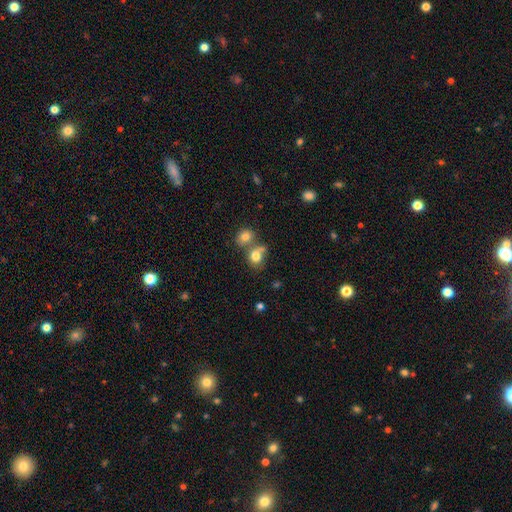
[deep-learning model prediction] Smooth or featured?
  - smooth: 79% *
  - star or artifact: 11%
  - featured or disk: 10%
How rounded?
  - round: 67% *
  - in between: 32%
  - cigar-shaped: 1%
Merging?
  - merger: 46% *
  - none: 39%
  - minor disturbance: 10%
  - major disturbance: 5%